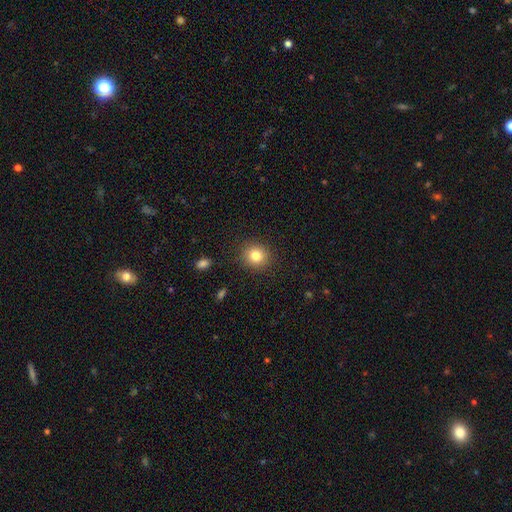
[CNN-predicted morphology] Smooth or featured: smooth — 82% (star or artifact — 11%)
How rounded: round — 84% (in between — 15%)
Merging: none — 89% (minor disturbance — 7%)